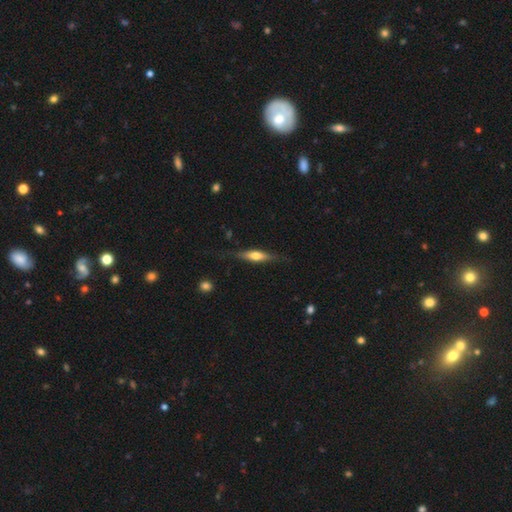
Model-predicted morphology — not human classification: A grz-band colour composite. It shows a featured or disk galaxy (52%) viewed edge-on (92%). Merging: none (78%).